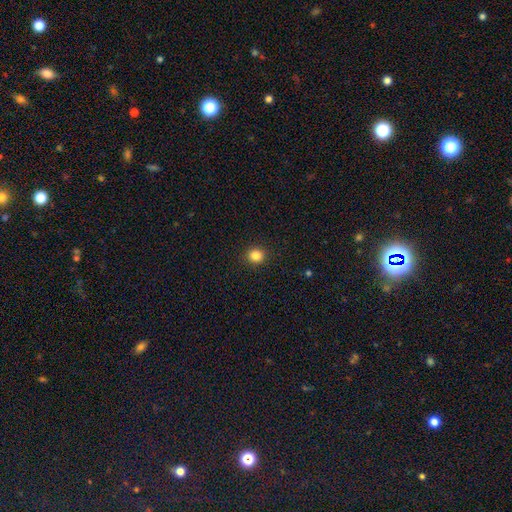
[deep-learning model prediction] smooth 85%, star or artifact 12%, featured or disk 4%. Down the decision tree: how rounded — round (86%); merging — none (92%).